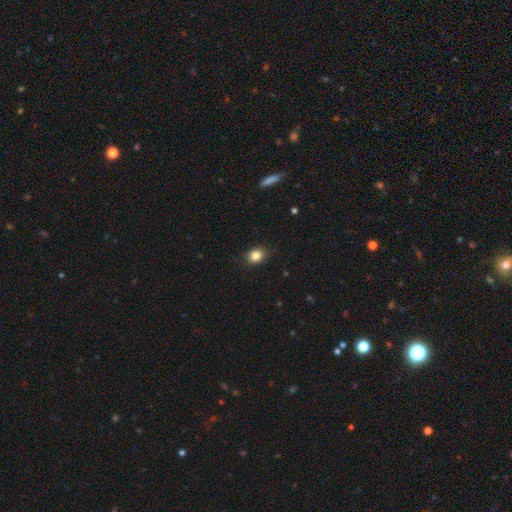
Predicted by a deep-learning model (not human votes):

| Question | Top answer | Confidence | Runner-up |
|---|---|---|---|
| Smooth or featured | smooth | 84% | star or artifact (10%) |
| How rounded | in between | 52% | round (47%) |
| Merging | none | 83% | minor disturbance (14%) |